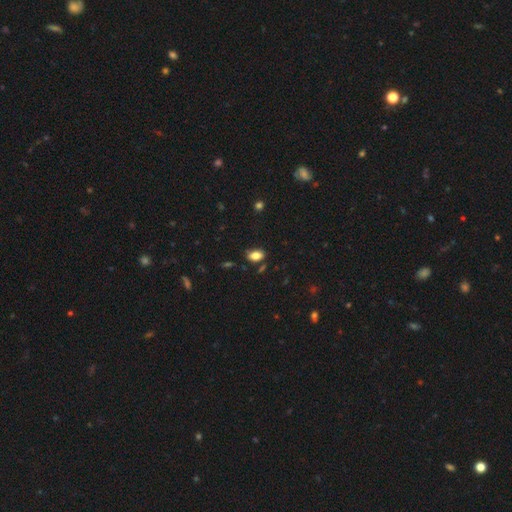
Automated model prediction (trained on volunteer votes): smooth_or_featured: smooth (p=0.82) [alt: star or artifact p=0.10]
how_rounded: in between (p=0.88) [alt: round p=0.10]
merging: none (p=0.75) [alt: minor disturbance p=0.18]